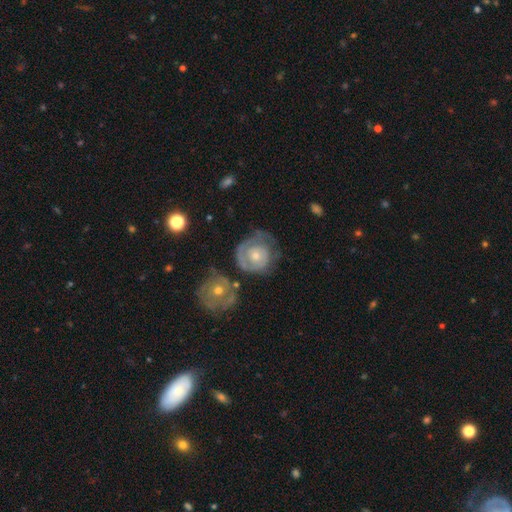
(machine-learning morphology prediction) A featured or disk galaxy (60%) with no bar (84%), spiral arms (65%) and a small central bulge (47%, tied with moderate). Merging: none (47%).